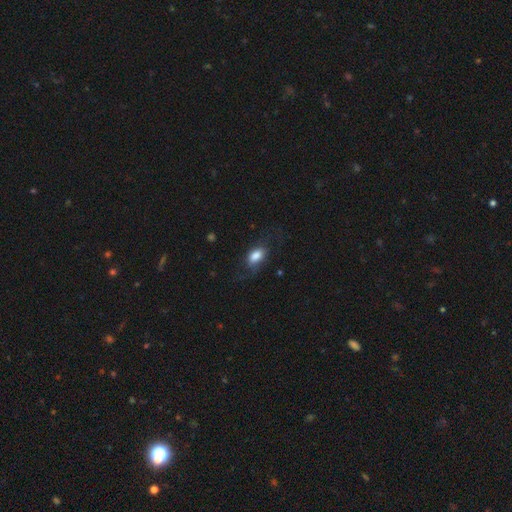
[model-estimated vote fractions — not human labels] Overall: smooth (76%). How rounded: in between (88%). Merging: none (54%; minor disturbance 23%).